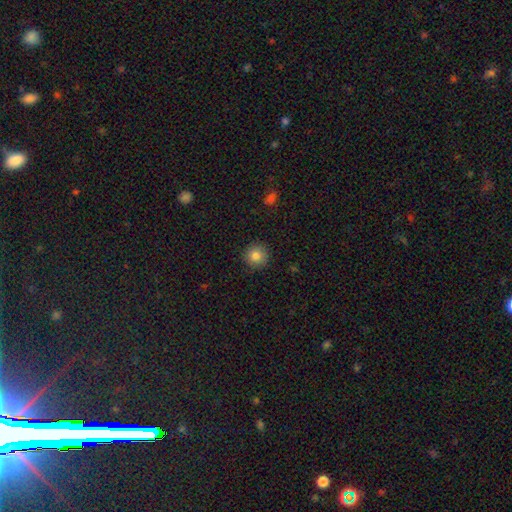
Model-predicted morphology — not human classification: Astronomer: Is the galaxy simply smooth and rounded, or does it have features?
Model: smooth — 83%.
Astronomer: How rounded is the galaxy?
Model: round — 94%.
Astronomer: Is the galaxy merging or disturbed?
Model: none — 91%.